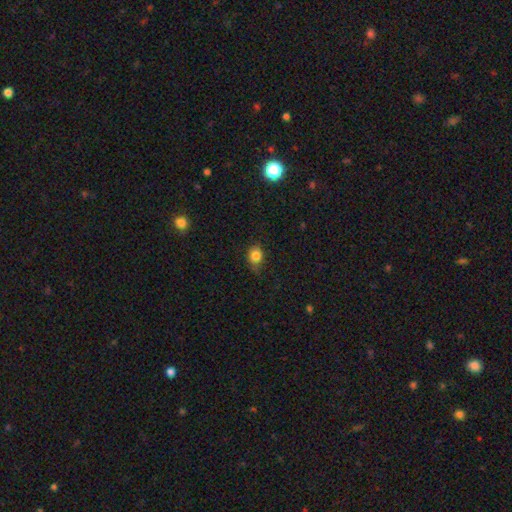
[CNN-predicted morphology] Overall: smooth (82%). How rounded: in between (52%; round 46%). Merging: none (66%; minor disturbance 27%).